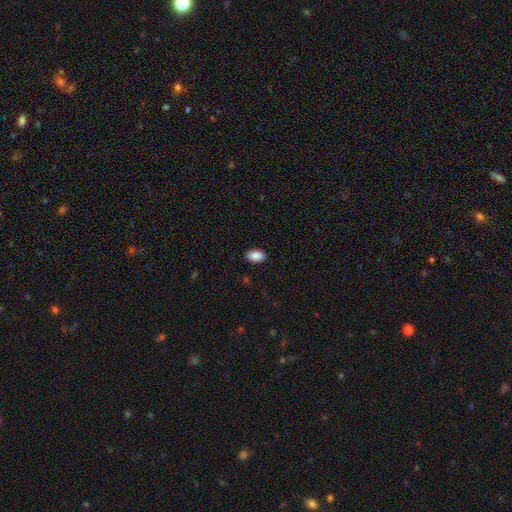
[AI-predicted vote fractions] Smooth or featured?
  - smooth: 89% *
  - star or artifact: 7%
  - featured or disk: 4%
How rounded?
  - in between: 90% *
  - round: 8%
  - cigar-shaped: 1%
Merging?
  - none: 89% *
  - minor disturbance: 8%
  - major disturbance: 2%
  - merger: 1%